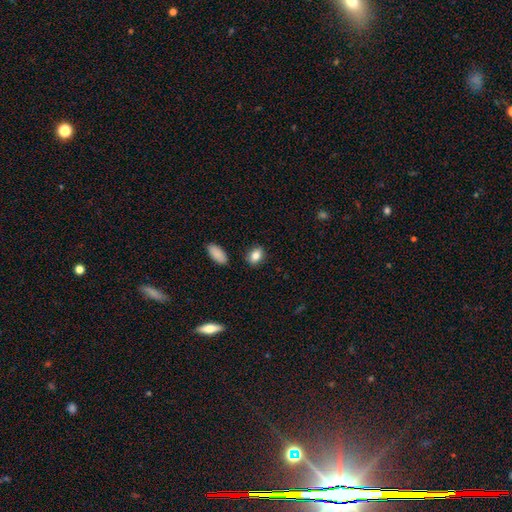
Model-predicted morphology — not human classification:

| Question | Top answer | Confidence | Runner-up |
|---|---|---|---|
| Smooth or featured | smooth | 84% | star or artifact (8%) |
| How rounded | in between | 72% | round (26%) |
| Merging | none | 87% | minor disturbance (9%) |